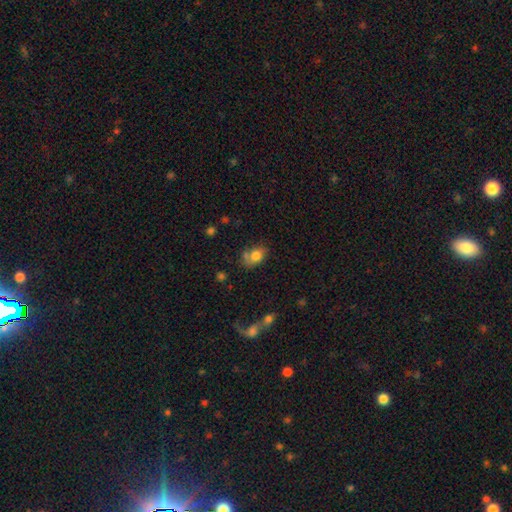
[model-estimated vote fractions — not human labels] This appears to be a smooth galaxy with no disk features (78%) that is in between round and cigar-shaped (75%). Merging: none (52%).